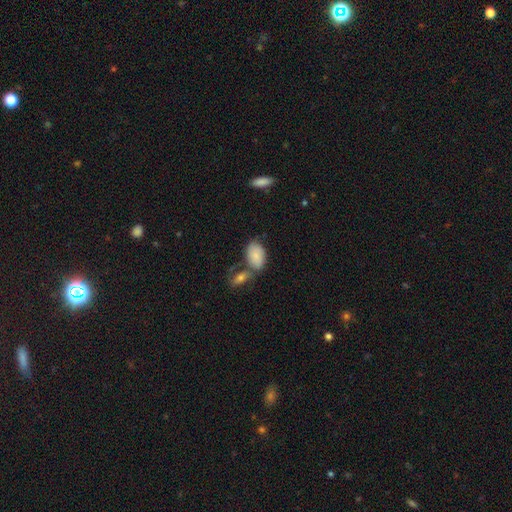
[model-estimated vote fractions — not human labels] This appears to be a smooth galaxy with no disk features (82%) that is in between round and cigar-shaped (91%). Merging: none (43%).